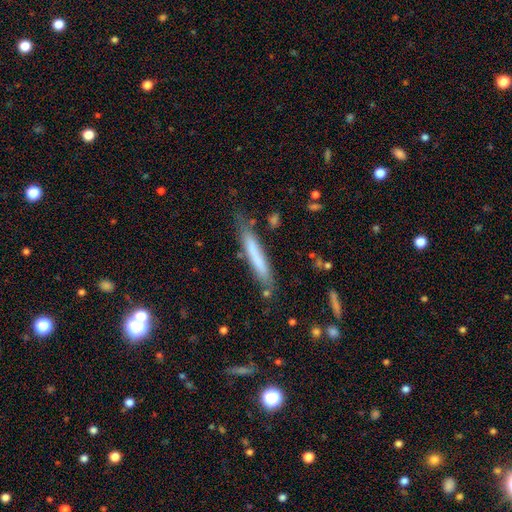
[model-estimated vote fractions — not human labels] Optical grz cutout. It shows a smooth galaxy with no disk features (67%) that is cigar-shaped (93%). Merging: none (72%).